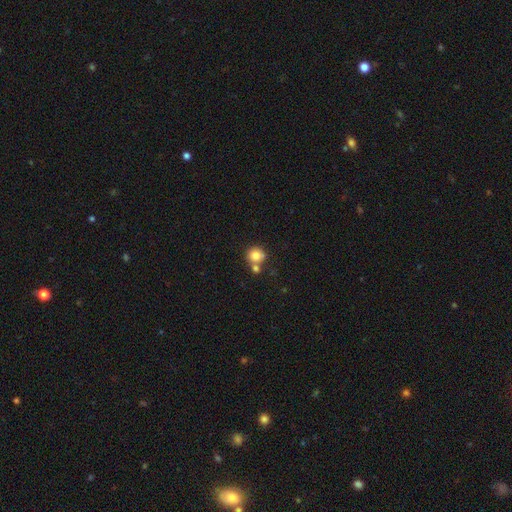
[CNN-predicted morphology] Overall: smooth (81%). How rounded: round (85%). Merging: none (55%; merger 32%).